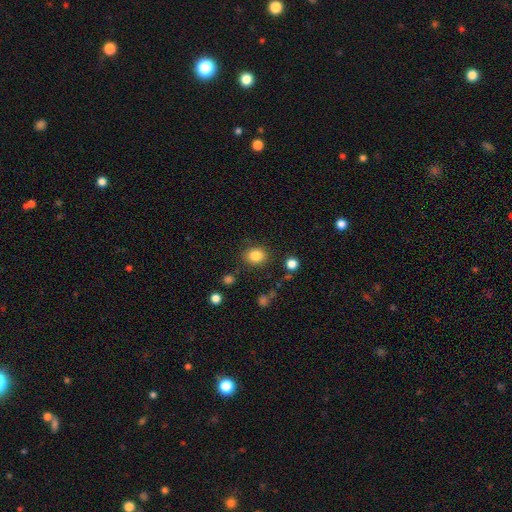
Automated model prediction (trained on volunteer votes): smooth_or_featured: smooth (p=0.84) [alt: star or artifact p=0.10]
how_rounded: round (p=0.65) [alt: in between p=0.34]
merging: none (p=0.85) [alt: minor disturbance p=0.09]